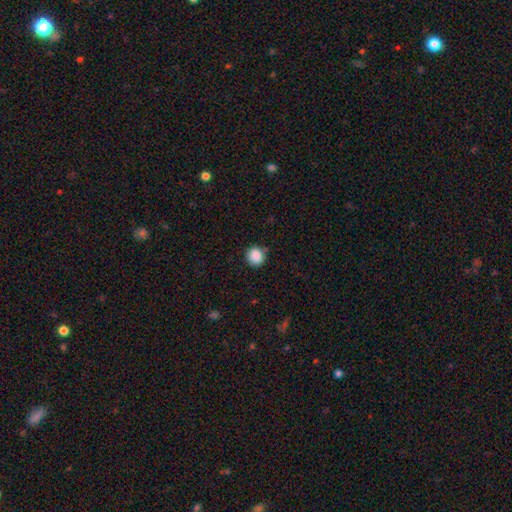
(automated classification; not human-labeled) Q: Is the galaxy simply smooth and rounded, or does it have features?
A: smooth — 88%.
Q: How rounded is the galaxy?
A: round — 91%.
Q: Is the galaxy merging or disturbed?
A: none — 84%.